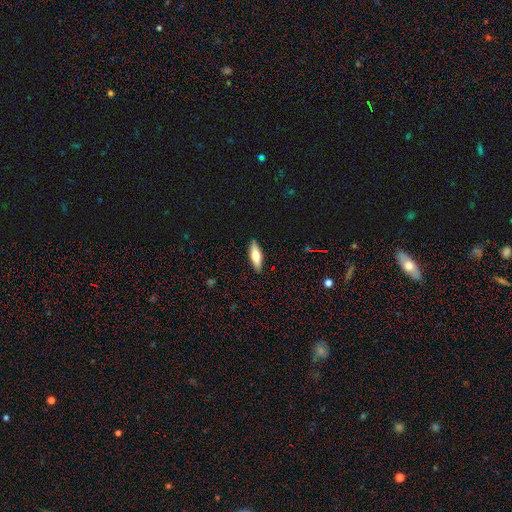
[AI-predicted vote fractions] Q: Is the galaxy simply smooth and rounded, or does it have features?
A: smooth — 64%.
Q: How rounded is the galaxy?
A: in between — 53%.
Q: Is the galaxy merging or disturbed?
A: none — 89%.